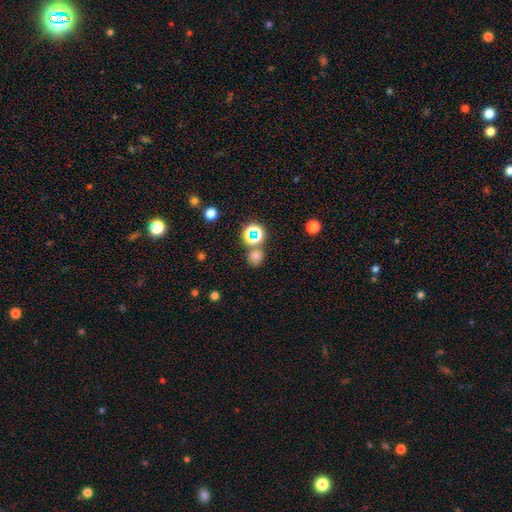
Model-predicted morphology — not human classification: Smooth or featured? smooth (64%)
How rounded? round (80%)
Merging? none (69%)